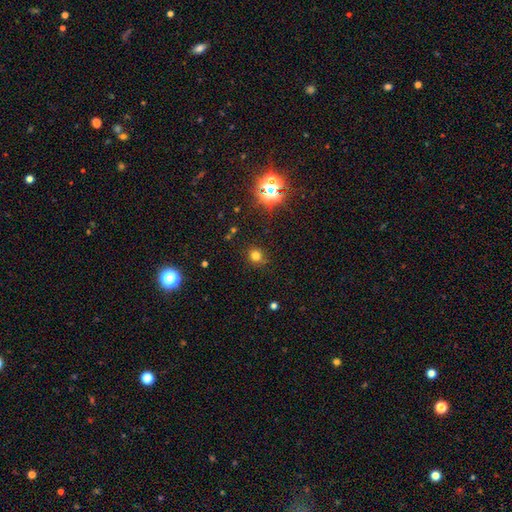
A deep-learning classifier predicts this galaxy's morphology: The model was most divided on "smooth or featured": smooth: 74%, star or artifact: 21%, featured or disk: 6%. More confident: merging — none (86%); how rounded — round (85%).